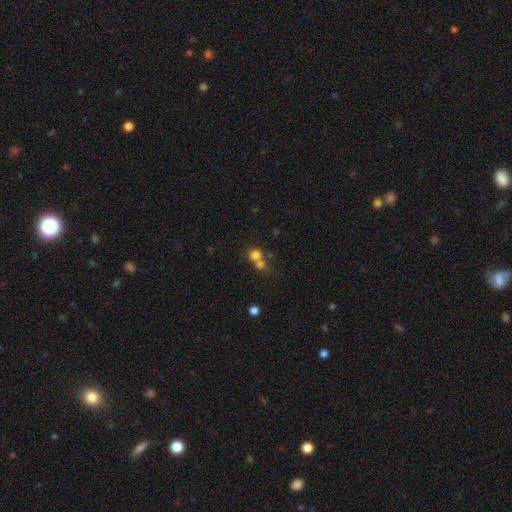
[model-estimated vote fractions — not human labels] Q: Smooth or featured?
A: smooth (75%); runner-up: star or artifact (14%)
Q: How rounded?
A: round (84%); runner-up: in between (15%)
Q: Merging?
A: merger (52%); runner-up: none (39%)